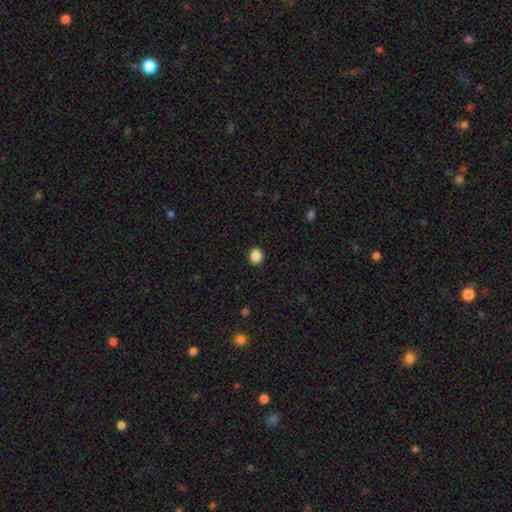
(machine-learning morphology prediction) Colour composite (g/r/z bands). It shows a smooth galaxy with no disk features (87%) that is round (76%). Merging: none (91%).